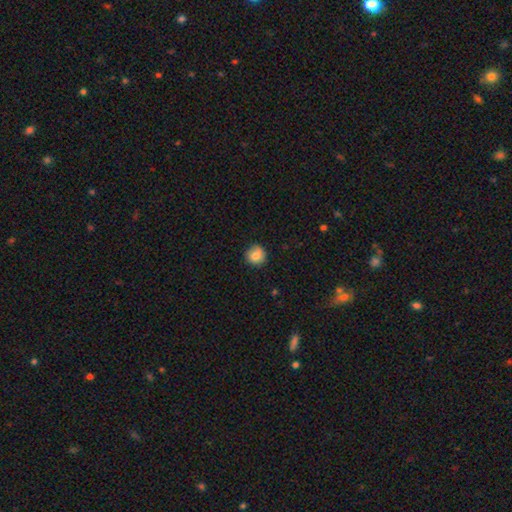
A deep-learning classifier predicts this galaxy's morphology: Q: Smooth or featured?
A: smooth (82%); runner-up: star or artifact (9%)
Q: How rounded?
A: round (92%); runner-up: in between (7%)
Q: Merging?
A: none (85%); runner-up: minor disturbance (12%)